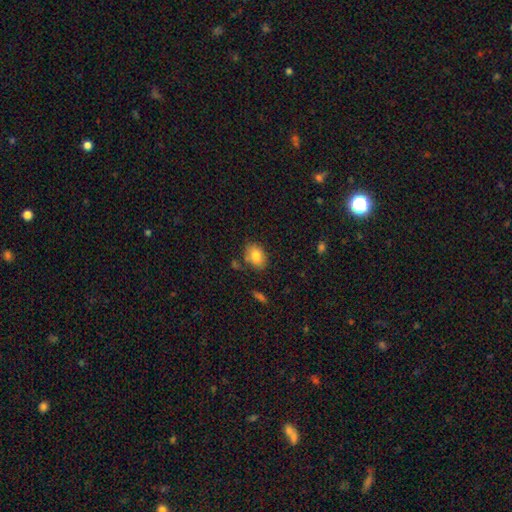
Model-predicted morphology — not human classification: Smooth or featured: smooth — 81% (featured or disk — 11%)
How rounded: in between — 80% (round — 19%)
Merging: none — 74% (minor disturbance — 16%)